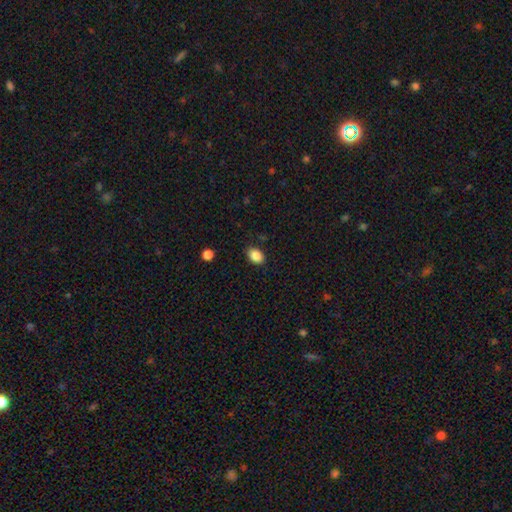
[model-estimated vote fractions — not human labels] Smooth or featured? Predicted: smooth (p=0.88). How rounded? Predicted: in between (p=0.81). Merging? Predicted: none (p=0.85).